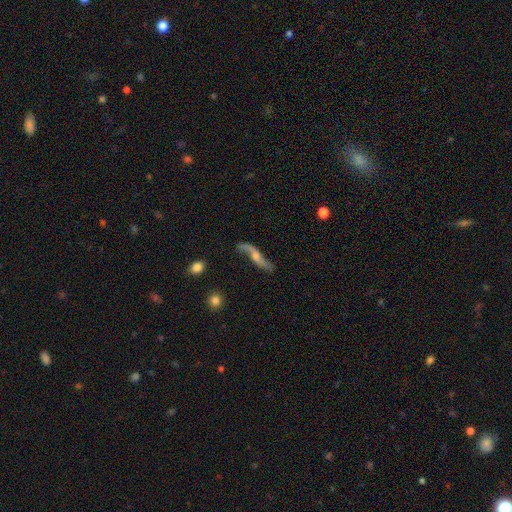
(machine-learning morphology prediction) Smooth or featured? featured or disk (82%)
Edge-on disk? no (72%)
Bar? no (57%)
Spiral arms? yes (93%)
Spiral winding? loose (92%)
Spiral arm count? 2 (90%)
Bulge size? moderate (44%)
Merging? none (65%)